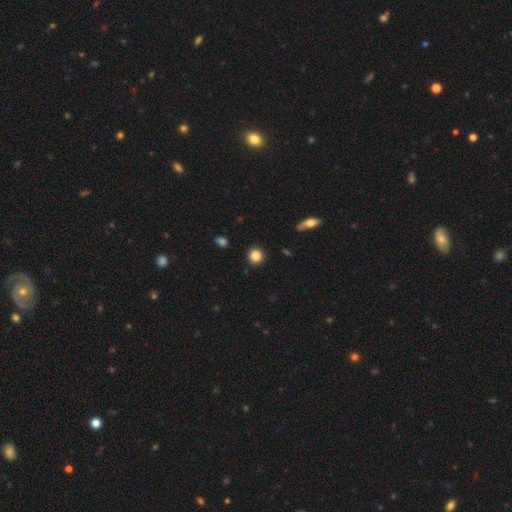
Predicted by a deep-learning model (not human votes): smooth-or-featured: smooth: 84% | star or artifact: 10% | featured or disk: 6%
  how-rounded: round: 93% | in between: 6% | cigar-shaped: 1%
  merging: none: 91% | minor disturbance: 5% | major disturbance: 2% | merger: 2%